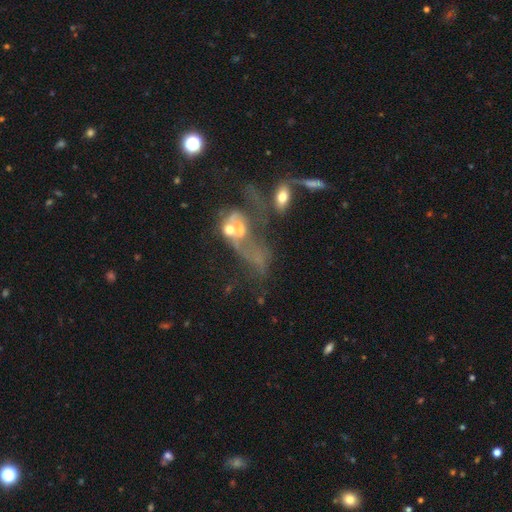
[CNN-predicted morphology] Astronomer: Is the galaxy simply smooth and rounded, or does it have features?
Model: featured or disk — 53%.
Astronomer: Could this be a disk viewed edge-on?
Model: no — 91%.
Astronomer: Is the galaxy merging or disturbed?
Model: merger — 52%.